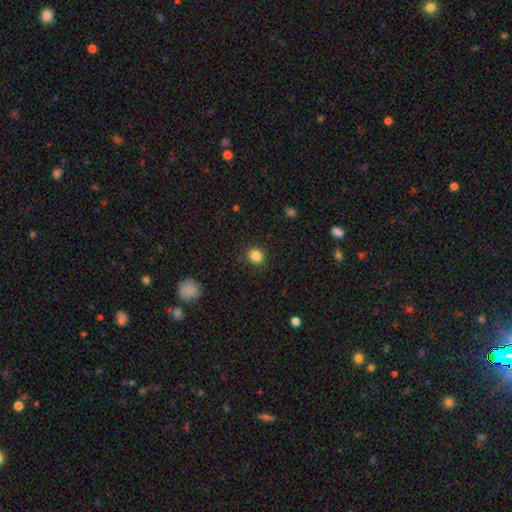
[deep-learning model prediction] Smooth or featured: smooth — 85% (star or artifact — 11%)
How rounded: round — 88% (in between — 11%)
Merging: none — 89% (minor disturbance — 8%)